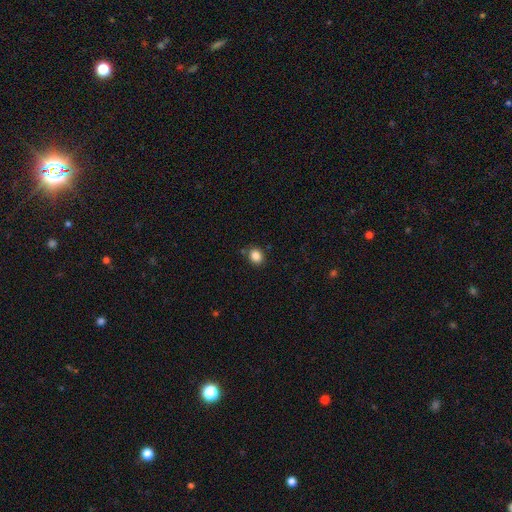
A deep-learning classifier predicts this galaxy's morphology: smooth 85%, star or artifact 11%, featured or disk 4%. Down the decision tree: how rounded — round (67%); merging — none (82%).